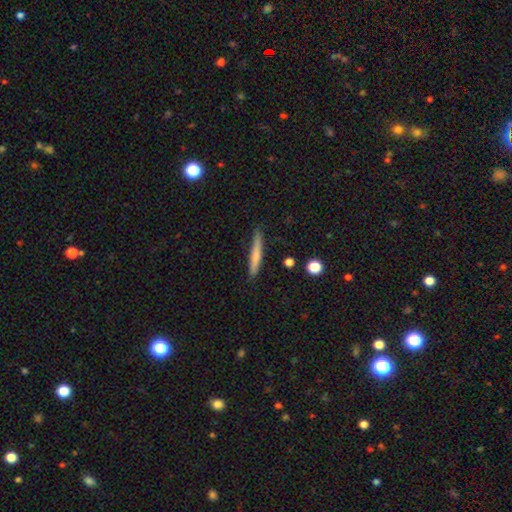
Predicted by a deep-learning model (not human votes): This is likely a smooth galaxy (67%). How rounded: clearly cigar-shaped (94%). Merging: clearly none (85%).